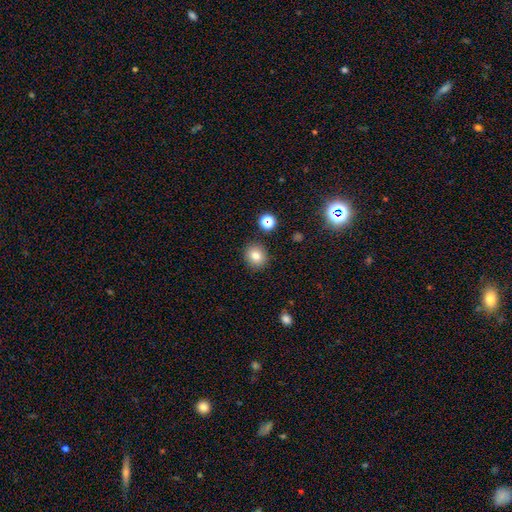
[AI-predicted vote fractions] This appears to be a smooth galaxy with no disk features (80%) that is round (82%). Merging: none (88%).